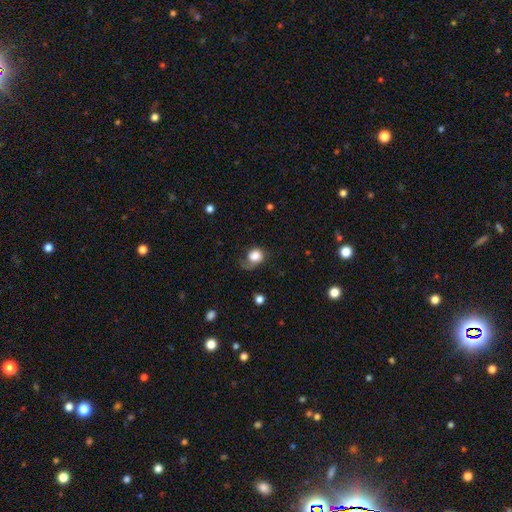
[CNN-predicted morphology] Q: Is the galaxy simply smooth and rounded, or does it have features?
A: smooth — 74%.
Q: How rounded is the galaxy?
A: round — 65%.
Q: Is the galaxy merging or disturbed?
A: none — 36%.